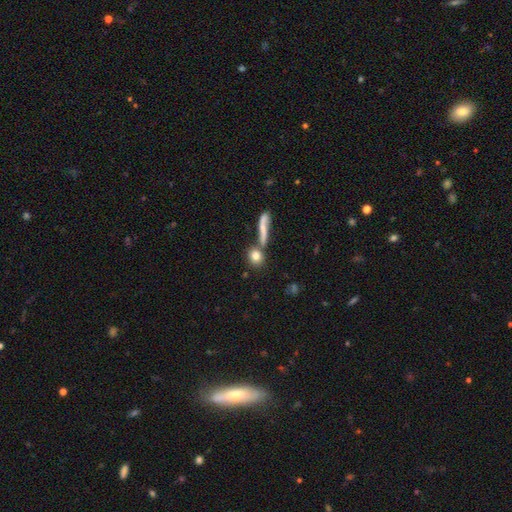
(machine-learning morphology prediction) This is likely a smooth galaxy (79%). How rounded: likely round (75%). Merging: likely none (65%).